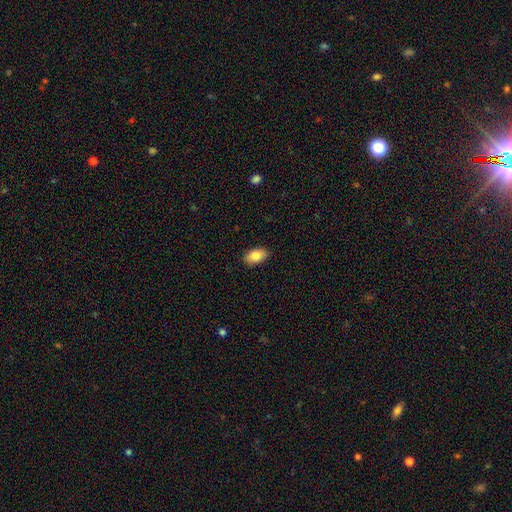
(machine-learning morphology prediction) The model was most divided on "smooth or featured": smooth: 84%, featured or disk: 9%, star or artifact: 7%. More confident: how rounded — in between (92%); merging — none (88%).